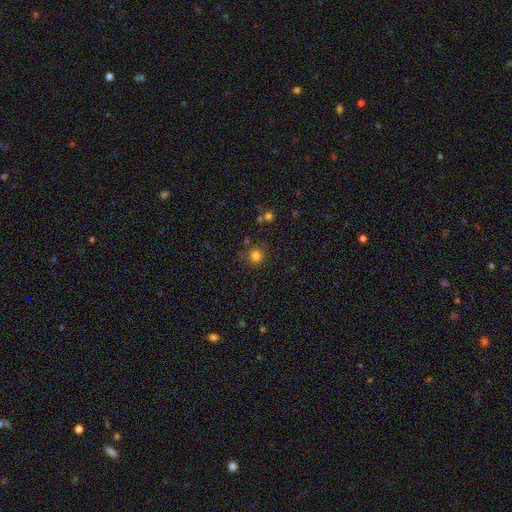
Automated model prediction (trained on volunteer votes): Smooth or featured: smooth — 80% (star or artifact — 15%)
How rounded: round — 91% (in between — 8%)
Merging: none — 81% (minor disturbance — 11%)